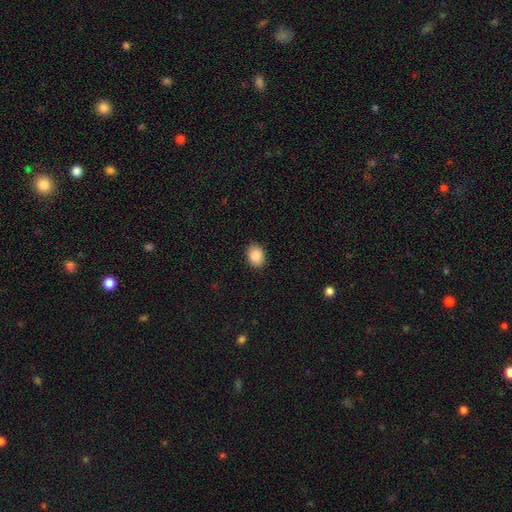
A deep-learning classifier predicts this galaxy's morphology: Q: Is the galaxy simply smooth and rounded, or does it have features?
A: smooth — 87%.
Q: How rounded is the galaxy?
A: in between — 70%.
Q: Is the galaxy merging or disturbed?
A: none — 89%.